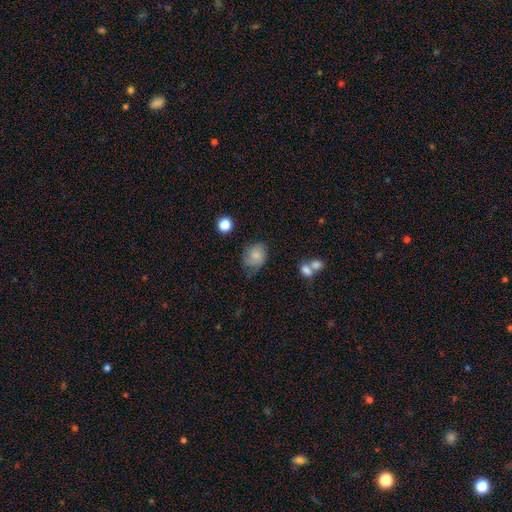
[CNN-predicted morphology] A smooth galaxy with no disk features (62%) that is in between round and cigar-shaped (51%). Merging: none (50%).